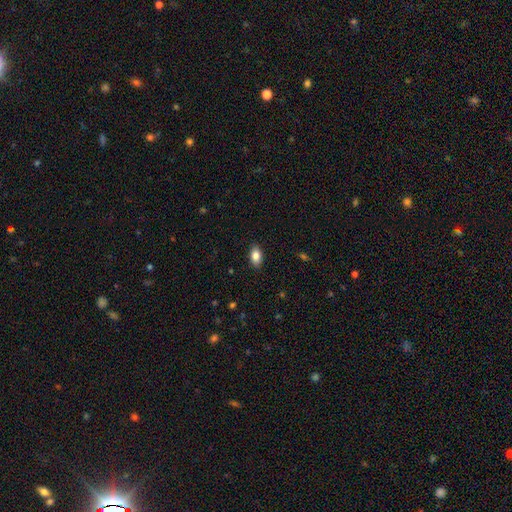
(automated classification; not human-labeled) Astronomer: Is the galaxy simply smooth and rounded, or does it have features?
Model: smooth — 84%.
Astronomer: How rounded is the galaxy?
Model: in between — 90%.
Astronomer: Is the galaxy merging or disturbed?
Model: none — 88%.